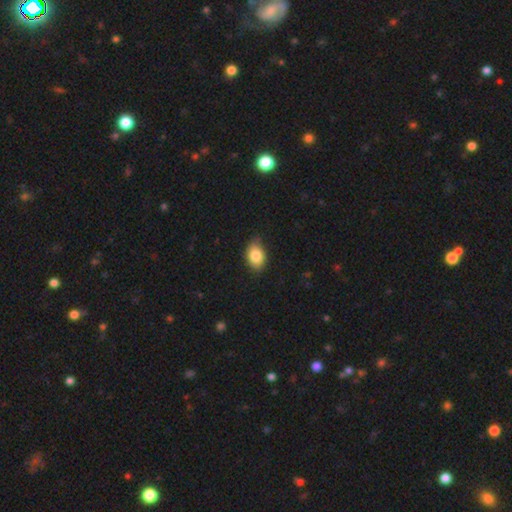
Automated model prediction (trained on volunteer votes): smooth-or-featured: smooth: 83% | featured or disk: 9% | star or artifact: 8%
  how-rounded: in between: 83% | round: 16% | cigar-shaped: 1%
  merging: none: 76% | minor disturbance: 20% | major disturbance: 3% | merger: 1%